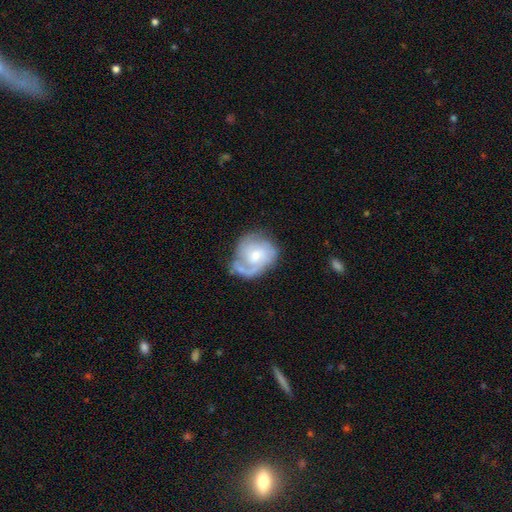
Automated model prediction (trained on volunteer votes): A featured or disk galaxy (70%) with no bar (68%), 2 (33%) tight (45%) spiral arms (86%) and a moderate central bulge (47%). Merging: none (49%).